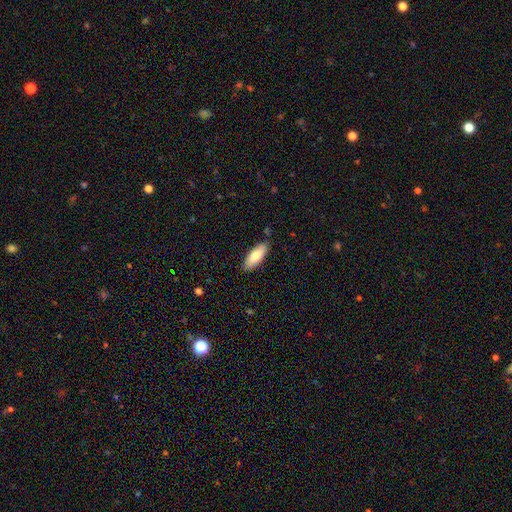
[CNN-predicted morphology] Smooth or featured? Predicted: smooth (p=0.78). How rounded? Predicted: in between (p=0.74). Merging? Predicted: none (p=0.84).